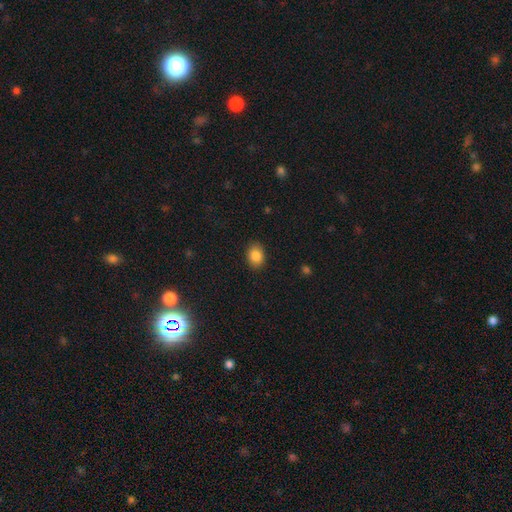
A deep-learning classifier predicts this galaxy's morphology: Overall: smooth (87%). How rounded: in between (67%; round 32%). Merging: none (88%).